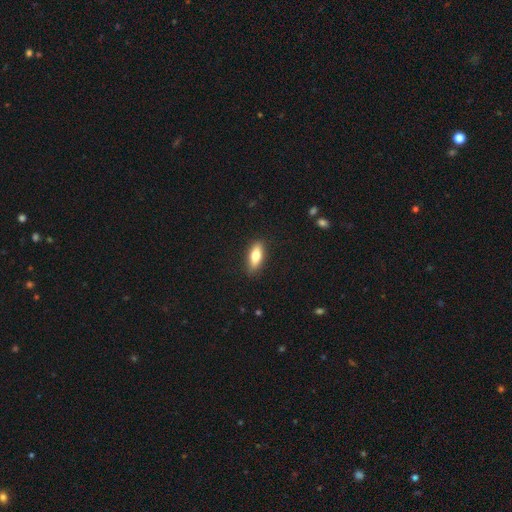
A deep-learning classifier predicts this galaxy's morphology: Smooth or featured? smooth (73%)
How rounded? in between (68%)
Merging? none (87%)